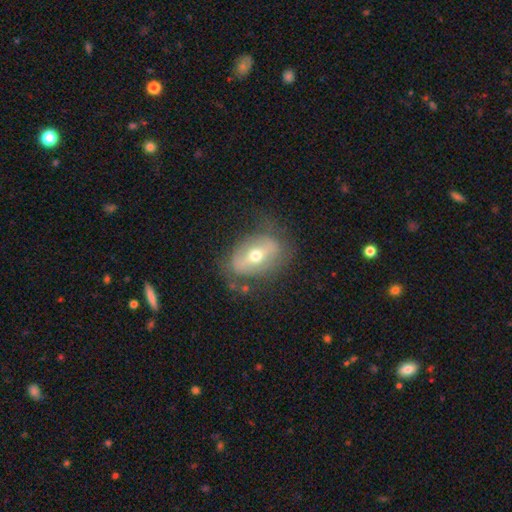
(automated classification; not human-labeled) Morphology: type=featured or disk (62%); edge-on=no (86%); bar=strong (50%); spiral arms=no (66%); bulge=moderate (70%); merging=none (66%).